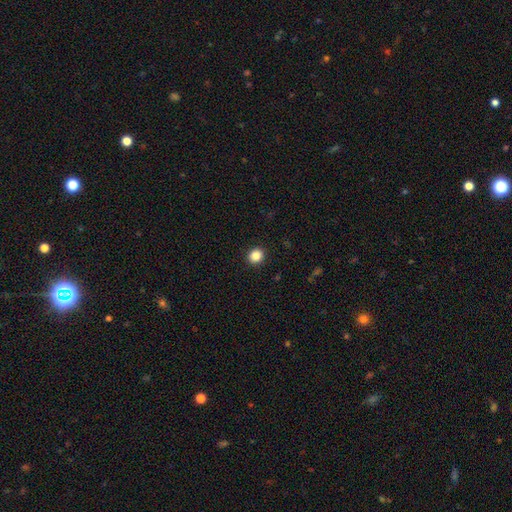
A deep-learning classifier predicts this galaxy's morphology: smooth_or_featured: smooth (p=0.86) [alt: star or artifact p=0.11]
how_rounded: round (p=0.86) [alt: in between p=0.13]
merging: none (p=0.92) [alt: minor disturbance p=0.05]